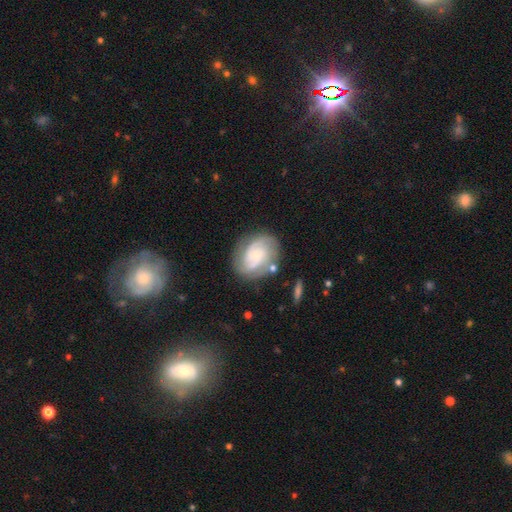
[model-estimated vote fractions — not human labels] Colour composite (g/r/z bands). It shows a featured or disk galaxy (74%) with no bar (70%), 2 (48%) tight (48%) spiral arms (91%) and a small central bulge (64%). Merging: none (68%).